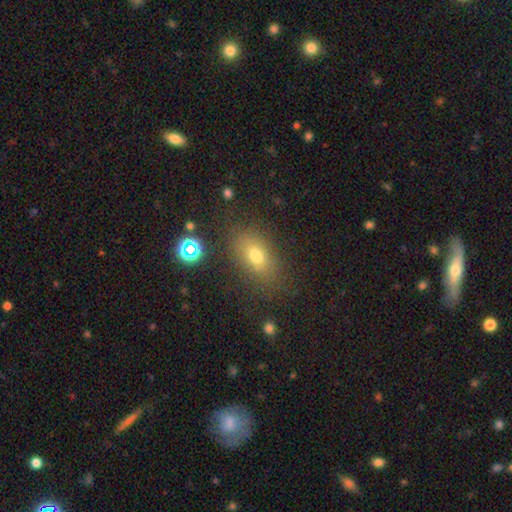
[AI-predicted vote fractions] Smooth or featured? smooth (72%)
How rounded? in between (79%)
Merging? none (77%)